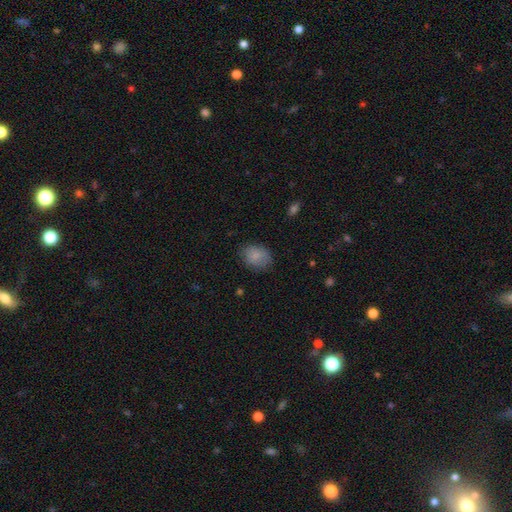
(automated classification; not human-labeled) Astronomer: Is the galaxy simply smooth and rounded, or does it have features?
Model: smooth — 84%.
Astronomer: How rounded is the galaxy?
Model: in between — 60% (runner-up: round, 39%).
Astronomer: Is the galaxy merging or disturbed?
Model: none — 72%.